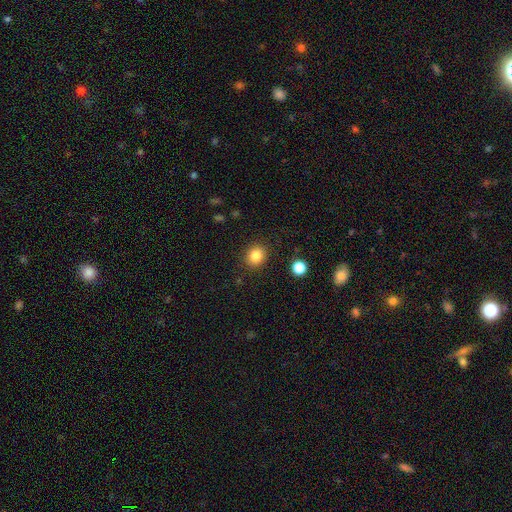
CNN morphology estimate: Smooth or featured? Predicted: smooth (p=0.85). How rounded? Predicted: round (p=0.68). Merging? Predicted: none (p=0.88).